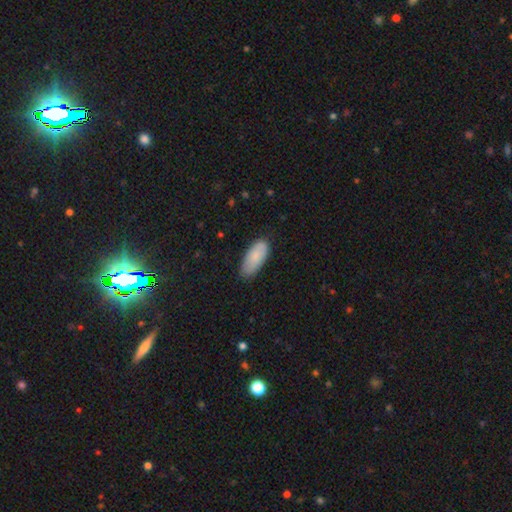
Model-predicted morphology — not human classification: Smooth or featured?
  - smooth: 81% *
  - featured or disk: 13%
  - star or artifact: 6%
How rounded?
  - in between: 87% *
  - cigar-shaped: 11%
  - round: 2%
Merging?
  - none: 76% *
  - minor disturbance: 20%
  - major disturbance: 3%
  - merger: 1%